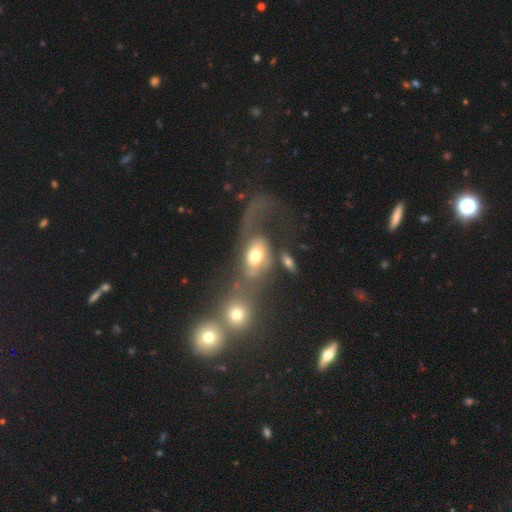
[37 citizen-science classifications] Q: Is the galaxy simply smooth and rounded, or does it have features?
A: smooth — 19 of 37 (51%).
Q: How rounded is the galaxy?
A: in between — 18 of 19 (95%).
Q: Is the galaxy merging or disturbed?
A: merger — 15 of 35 (43%).